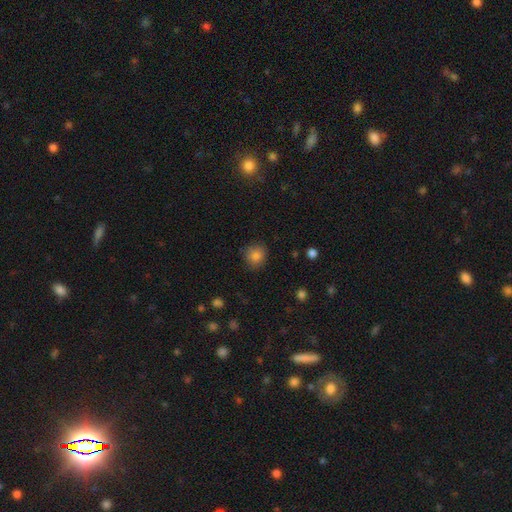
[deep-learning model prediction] Smooth or featured?
  - smooth: 83% *
  - star or artifact: 11%
  - featured or disk: 7%
How rounded?
  - round: 87% *
  - in between: 12%
  - cigar-shaped: 1%
Merging?
  - none: 86% *
  - minor disturbance: 11%
  - major disturbance: 2%
  - merger: 1%